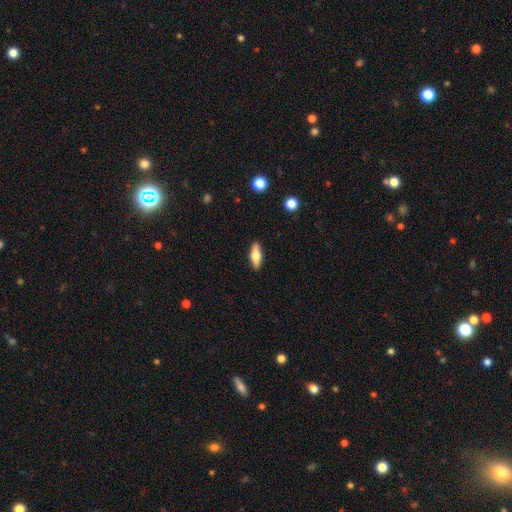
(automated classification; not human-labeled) Smooth or featured? Predicted: smooth (p=0.62). How rounded? Predicted: in between (p=0.59). Merging? Predicted: none (p=0.88).